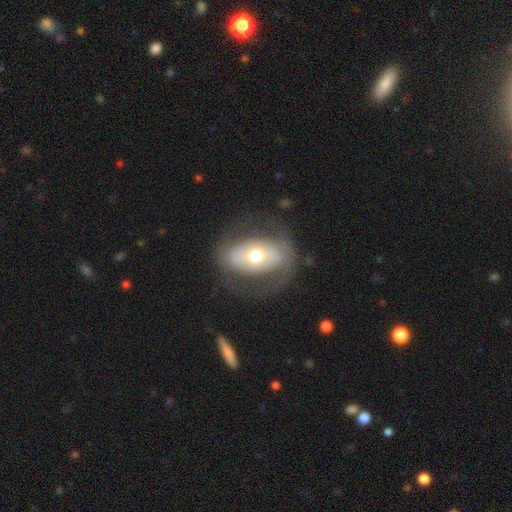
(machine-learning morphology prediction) smooth_or_featured: featured or disk (p=0.60) [alt: smooth p=0.34]
disk_edge_on: no (p=0.91) [alt: yes p=0.09]
bar: no (p=0.43) [alt: strong p=0.34]
has_spiral_arms: no (p=0.59) [alt: yes p=0.41]
bulge_size: moderate (p=0.65) [alt: small p=0.23]
merging: none (p=0.68) [alt: minor disturbance p=0.15]